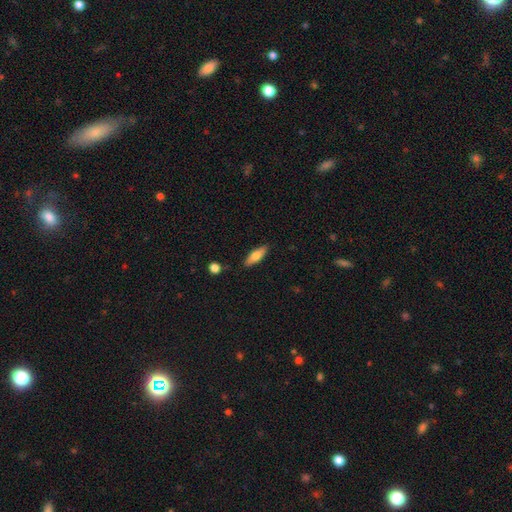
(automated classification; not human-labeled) A smooth galaxy with no disk features (66%) that is in between round and cigar-shaped (49%). Merging: none (86%).